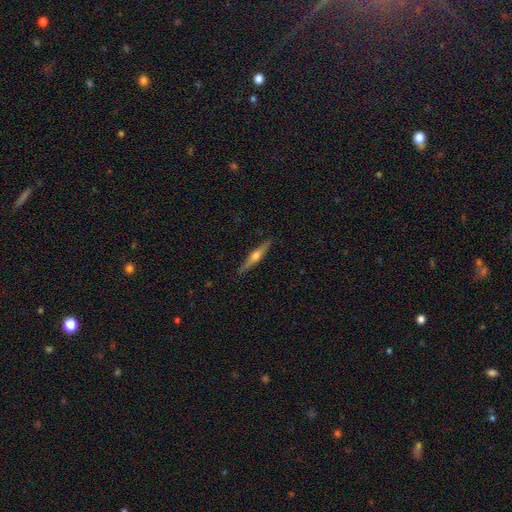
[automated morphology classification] A featured or disk galaxy (71%) viewed edge-on (98%) with a rounded central bulge (93%).

Vote fractions:
- Smooth or featured? featured or disk: 71% / smooth: 24% / star or artifact: 5%
- Edge-on disk? yes: 98% / no: 2%
- Edge-on bulge? rounded: 93% / boxy: 4% / none: 3%
- Merging? none: 91% / minor disturbance: 7% / major disturbance: 1% / merger: 1%